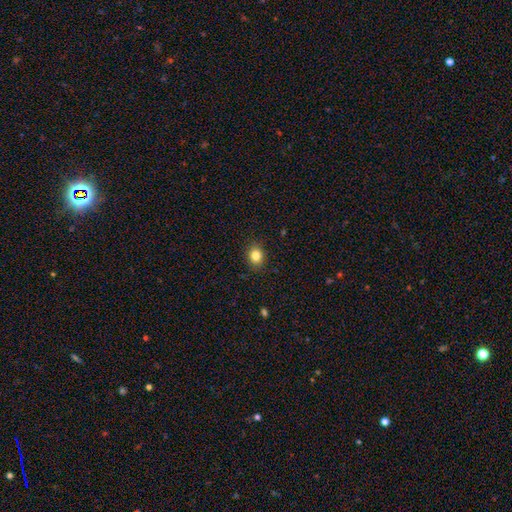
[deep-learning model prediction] Smooth or featured? Predicted: smooth (p=0.83). How rounded? Predicted: round (p=0.67). Merging? Predicted: none (p=0.89).